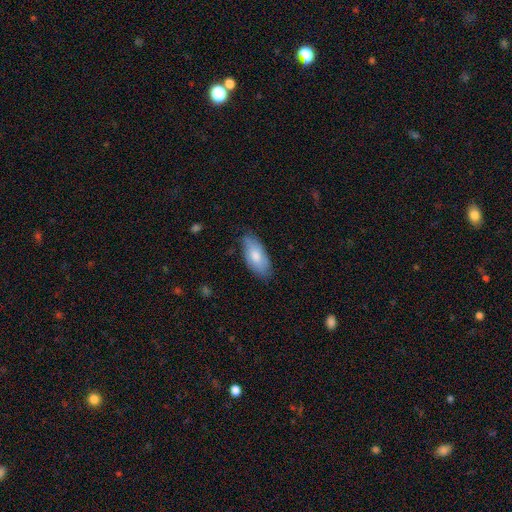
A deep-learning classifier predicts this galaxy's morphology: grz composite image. It shows a smooth galaxy with no disk features (75%) that is in between round and cigar-shaped (90%). Merging: none (74%).